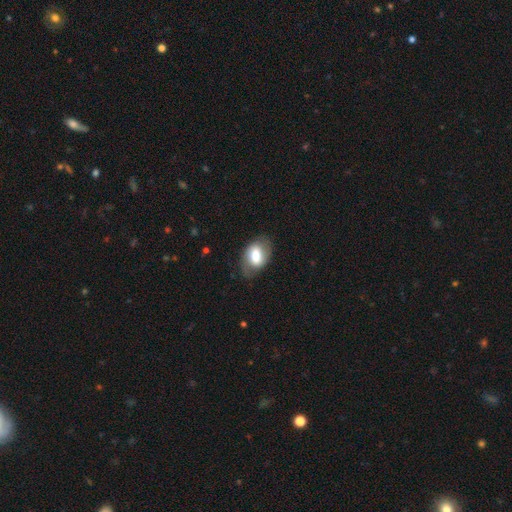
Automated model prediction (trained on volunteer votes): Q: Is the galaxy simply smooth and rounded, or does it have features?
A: smooth — 61%.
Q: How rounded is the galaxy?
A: in between — 85%.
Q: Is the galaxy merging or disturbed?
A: none — 71%.